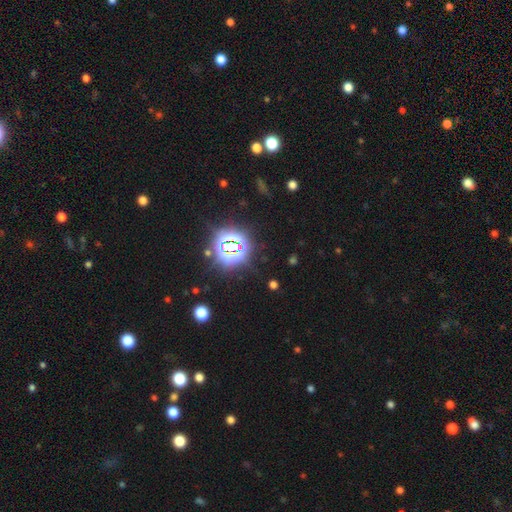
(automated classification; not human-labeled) The model was most divided on "smooth or featured": star or artifact: 82%, smooth: 12%, featured or disk: 6%.